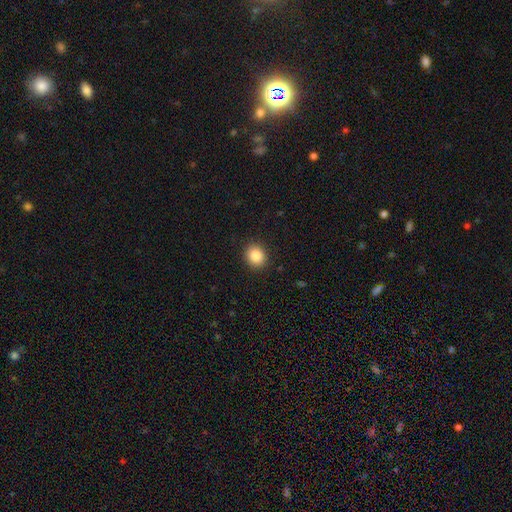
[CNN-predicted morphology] Smooth or featured: smooth — 86% (star or artifact — 9%)
How rounded: round — 74% (in between — 25%)
Merging: none — 90% (minor disturbance — 7%)